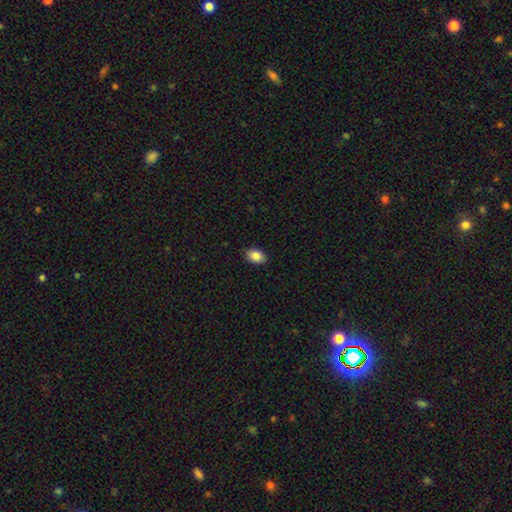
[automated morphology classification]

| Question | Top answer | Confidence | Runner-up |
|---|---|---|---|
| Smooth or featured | smooth | 87% | star or artifact (8%) |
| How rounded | in between | 85% | round (14%) |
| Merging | none | 86% | minor disturbance (11%) |